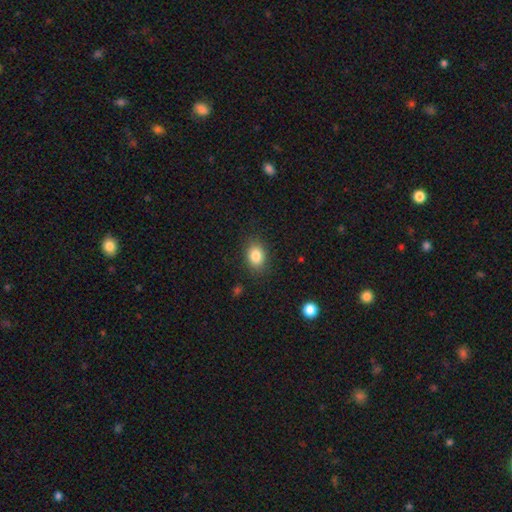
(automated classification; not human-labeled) Smooth or featured? smooth (85%)
How rounded? in between (69%)
Merging? none (85%)